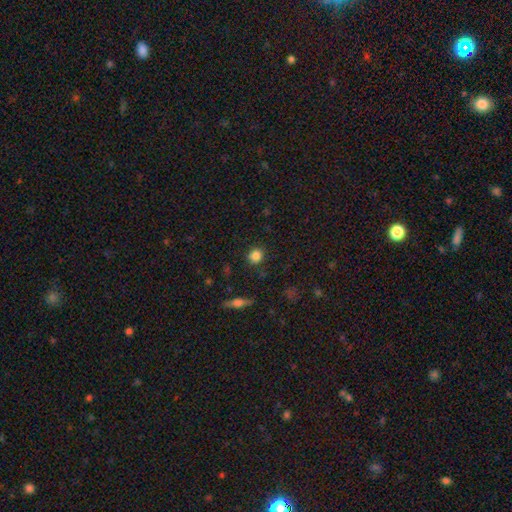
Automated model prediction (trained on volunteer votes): A smooth galaxy with no disk features (84%) that is round (83%).

Vote fractions:
- Smooth or featured? smooth: 84% / star or artifact: 10% / featured or disk: 6%
- How rounded? round: 83% / in between: 16% / cigar-shaped: 2%
- Merging? none: 87% / minor disturbance: 8% / major disturbance: 2% / merger: 2%